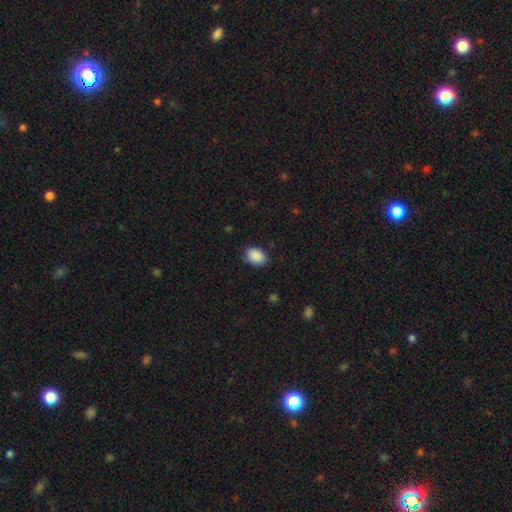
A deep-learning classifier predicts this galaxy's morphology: Smooth or featured? Predicted: smooth (p=0.90). How rounded? Predicted: in between (p=0.80). Merging? Predicted: none (p=0.81).